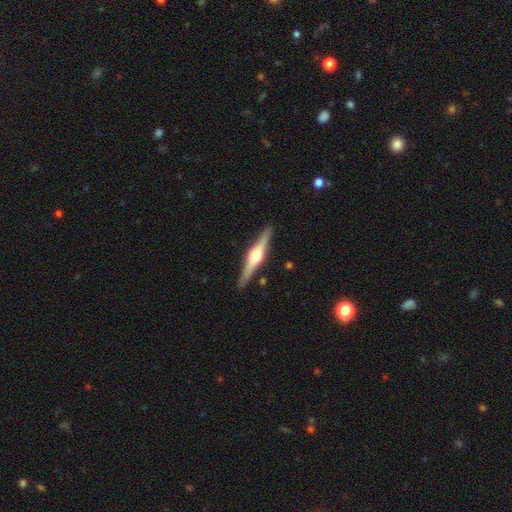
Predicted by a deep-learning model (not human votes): Smooth or featured: featured or disk — 79% (smooth — 16%)
Edge-on disk: yes — 98% (no — 2%)
Edge-on bulge: rounded — 93% (boxy — 5%)
Merging: none — 90% (minor disturbance — 7%)